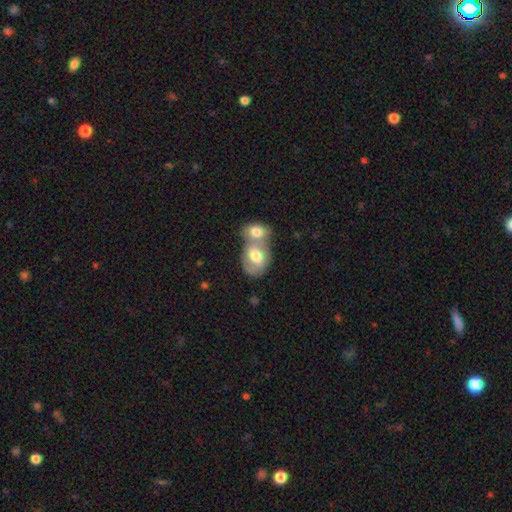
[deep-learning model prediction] A smooth galaxy with no disk features (60%) that is in between round and cigar-shaped (73%).

Vote fractions:
- Smooth or featured? smooth: 60% / featured or disk: 34% / star or artifact: 6%
- How rounded? in between: 73% / round: 26% / cigar-shaped: 1%
- Merging? merger: 70% / none: 18% / minor disturbance: 8% / major disturbance: 5%